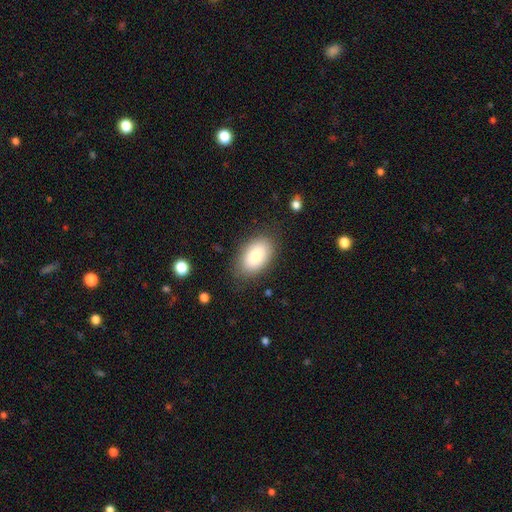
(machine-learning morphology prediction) smooth_or_featured: smooth (p=0.83) [alt: featured or disk p=0.10]
how_rounded: in between (p=0.93) [alt: round p=0.06]
merging: none (p=0.80) [alt: minor disturbance p=0.14]